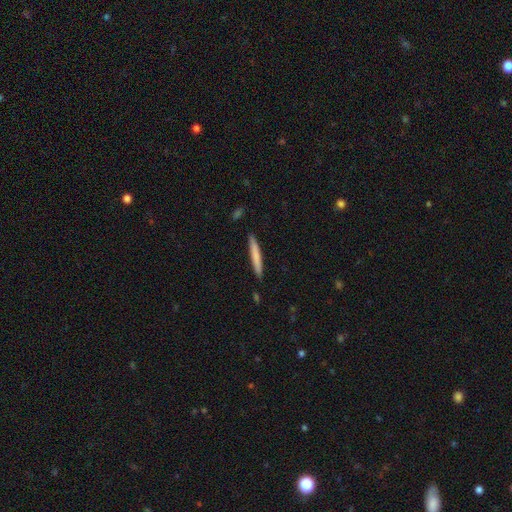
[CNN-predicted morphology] smooth-or-featured: smooth: 73% | featured or disk: 21% | star or artifact: 5%
  how-rounded: cigar-shaped: 96% | in between: 3% | round: 1%
  merging: none: 90% | minor disturbance: 8% | major disturbance: 1% | merger: 1%